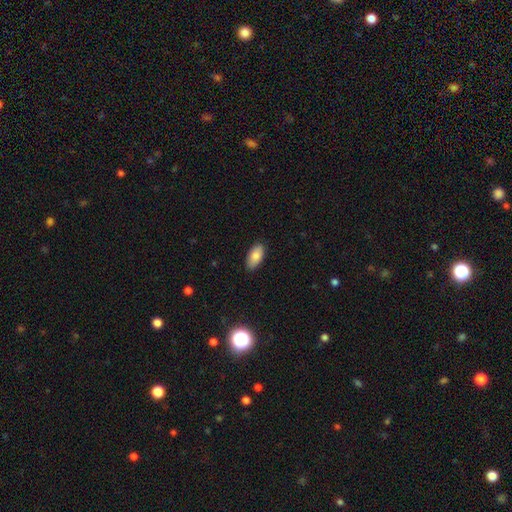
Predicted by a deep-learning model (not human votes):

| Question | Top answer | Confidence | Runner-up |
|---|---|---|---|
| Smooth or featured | smooth | 83% | featured or disk (10%) |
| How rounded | in between | 92% | cigar-shaped (5%) |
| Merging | none | 88% | minor disturbance (9%) |